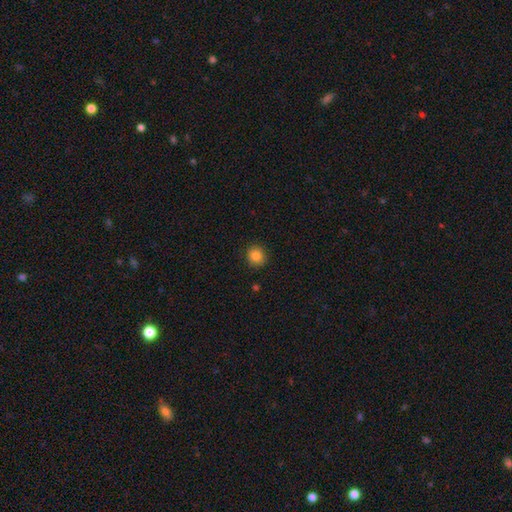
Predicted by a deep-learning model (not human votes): Smooth or featured? smooth (83%)
How rounded? round (87%)
Merging? none (90%)